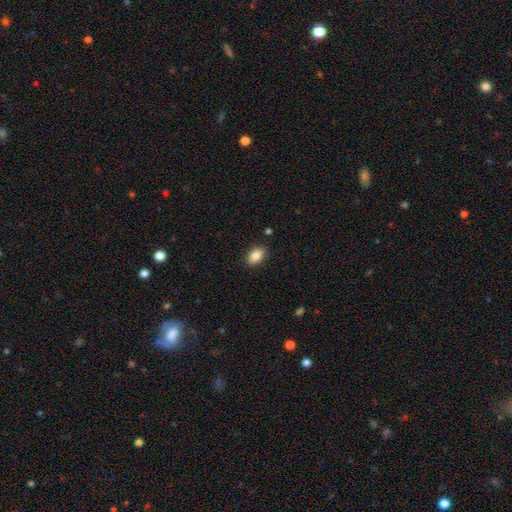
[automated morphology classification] Q: Smooth or featured?
A: smooth (86%); runner-up: star or artifact (8%)
Q: How rounded?
A: in between (89%); runner-up: round (9%)
Q: Merging?
A: none (87%); runner-up: minor disturbance (9%)